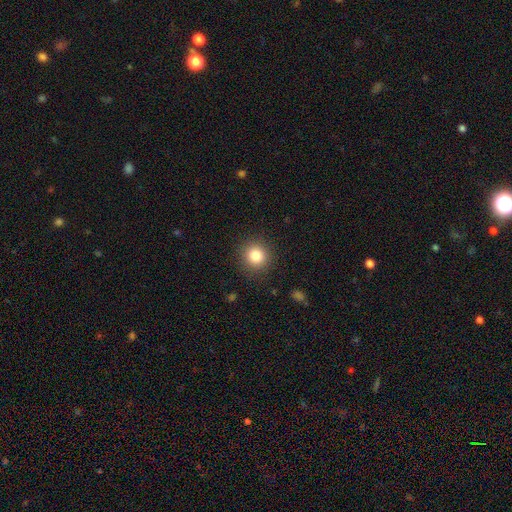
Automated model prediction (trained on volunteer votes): smooth 83%, star or artifact 11%, featured or disk 6%. Down the decision tree: how rounded — round (92%); merging — none (90%).